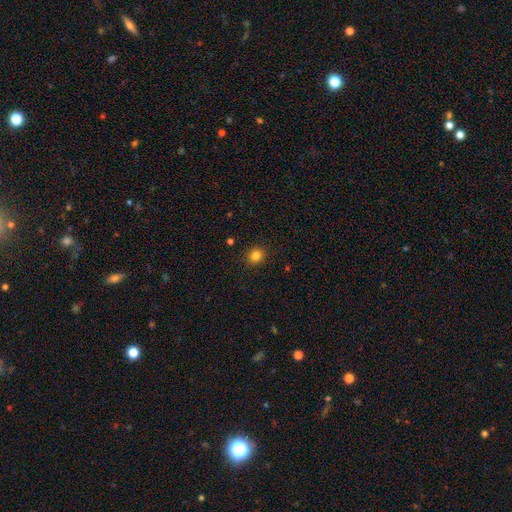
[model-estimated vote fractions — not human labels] This appears to be a smooth galaxy with no disk features (82%) that is round (84%). Merging: none (91%).